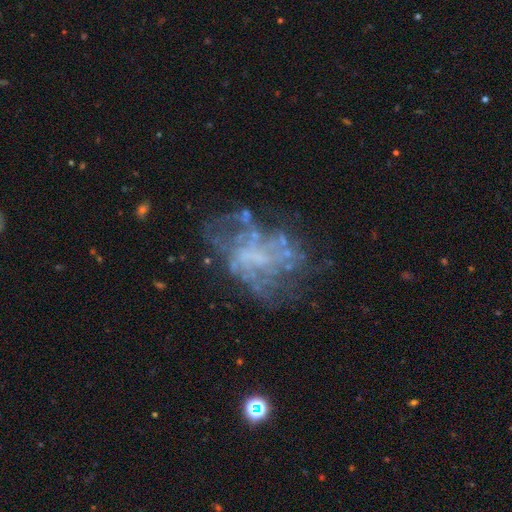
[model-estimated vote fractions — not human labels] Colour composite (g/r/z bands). It shows a featured or disk galaxy (71%) with no bar (74%), no spiral arms (66%) and no central bulge (68%). Merging: none (47%).